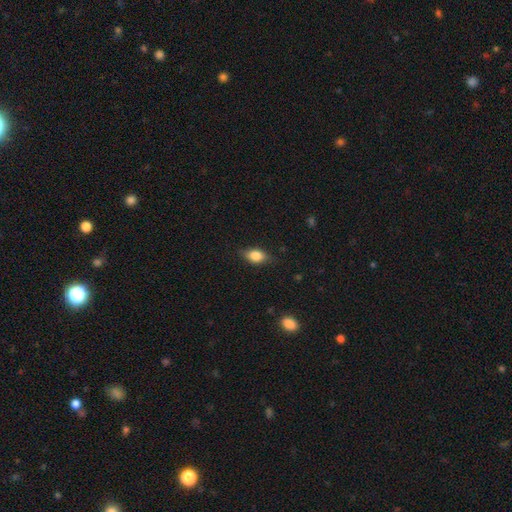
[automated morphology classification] Smooth or featured? smooth (79%)
How rounded? in between (80%)
Merging? none (80%)